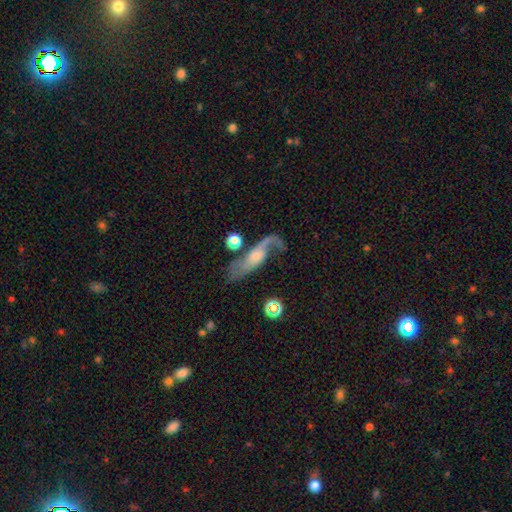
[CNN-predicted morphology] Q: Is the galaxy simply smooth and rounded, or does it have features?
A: featured or disk — 75%.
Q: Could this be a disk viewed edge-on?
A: no — 86%.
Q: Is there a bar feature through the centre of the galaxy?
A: no — 60%.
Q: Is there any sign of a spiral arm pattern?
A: yes — 90%.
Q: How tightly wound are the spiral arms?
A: loose — 63%.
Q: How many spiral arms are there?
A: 2 — 64%.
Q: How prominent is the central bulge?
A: small — 45%.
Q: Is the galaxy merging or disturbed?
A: none — 47%.